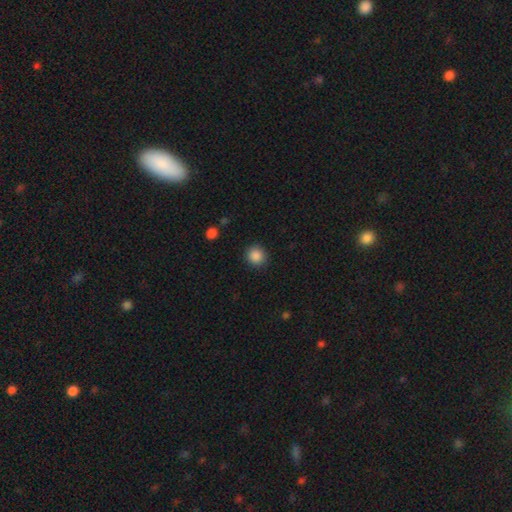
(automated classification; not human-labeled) smooth 87%, star or artifact 10%, featured or disk 3%. Down the decision tree: how rounded — round (91%); merging — none (90%).